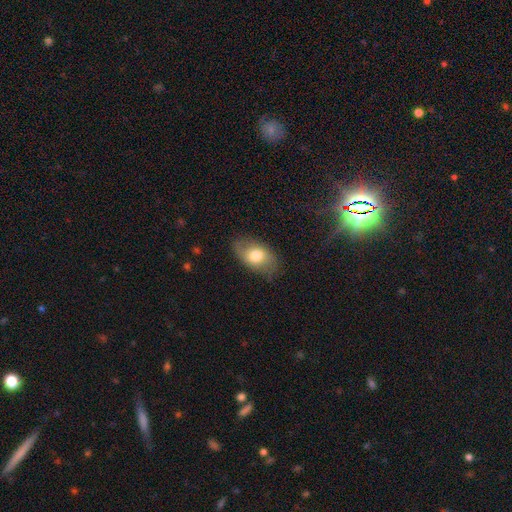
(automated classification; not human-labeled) Morphology: type=smooth (70%); roundness=in between (90%); merging=none (78%).